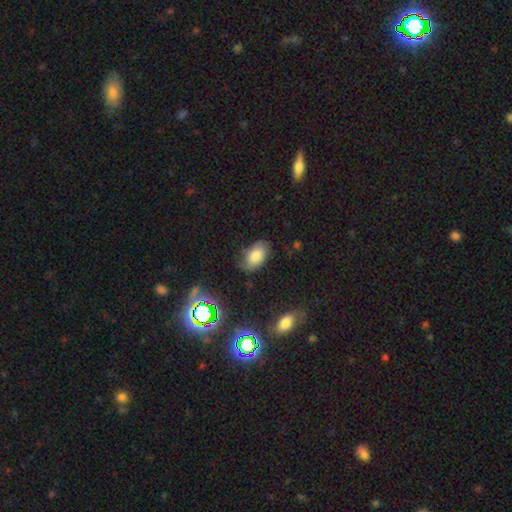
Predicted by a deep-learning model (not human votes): A smooth galaxy with no disk features (75%) that is in between round and cigar-shaped (92%).

Vote fractions:
- Smooth or featured? smooth: 75% / featured or disk: 14% / star or artifact: 11%
- How rounded? in between: 92% / round: 6% / cigar-shaped: 1%
- Merging? none: 71% / minor disturbance: 21% / major disturbance: 6% / merger: 2%